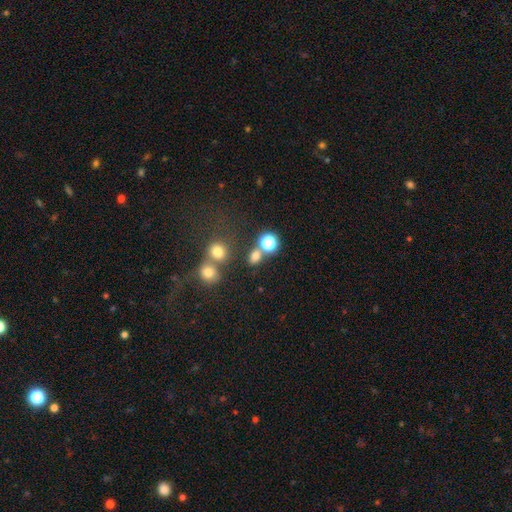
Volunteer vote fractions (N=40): Overall: smooth (80%). How rounded: round (72%). Merging: none (66%).